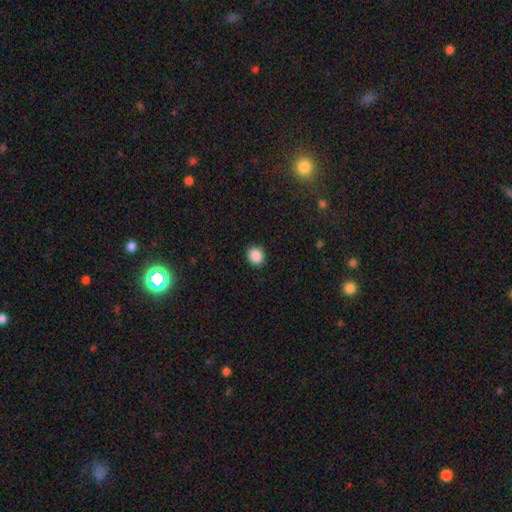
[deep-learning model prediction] Smooth or featured: smooth — 89% (star or artifact — 9%)
How rounded: round — 73% (in between — 27%)
Merging: none — 91% (minor disturbance — 6%)